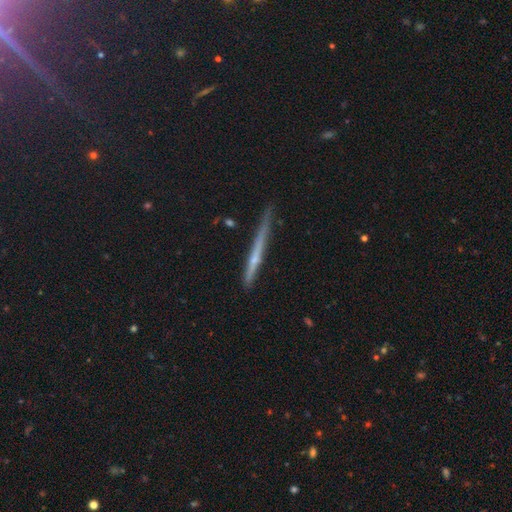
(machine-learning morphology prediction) Smooth or featured: featured or disk — 57% (smooth — 35%)
Edge-on disk: yes — 96% (no — 4%)
Edge-on bulge: none — 65% (rounded — 31%)
Merging: none — 75% (minor disturbance — 20%)